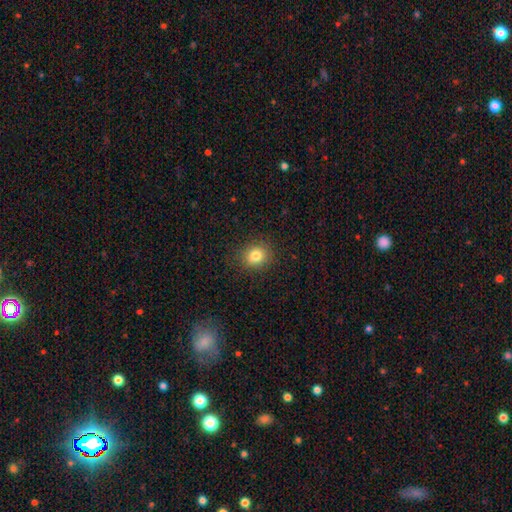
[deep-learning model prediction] Morphology: type=smooth (81%); roundness=round (72%); merging=none (88%).